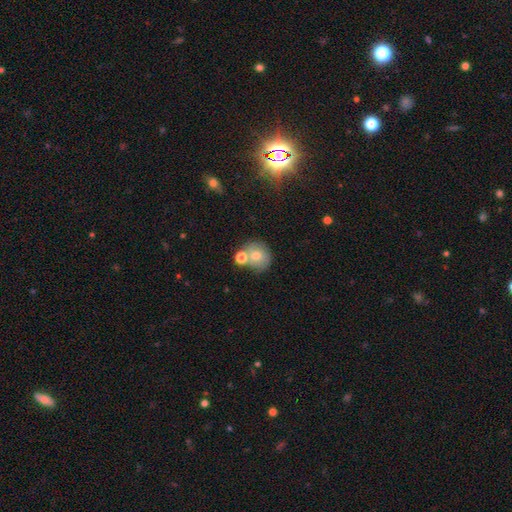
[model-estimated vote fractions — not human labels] A smooth galaxy with no disk features (65%) that is round (84%). Merging: none (51%).